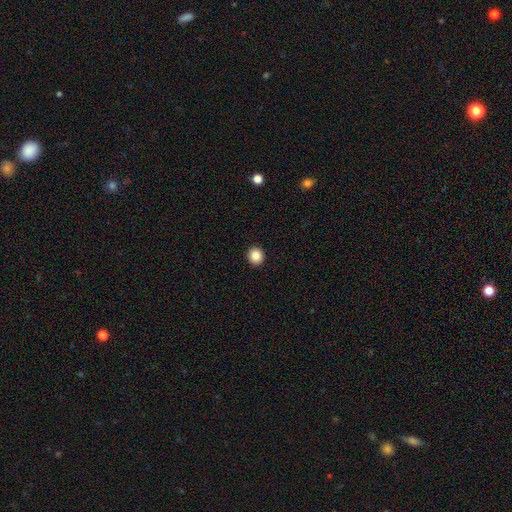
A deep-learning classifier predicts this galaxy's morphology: The model was most divided on "smooth or featured": smooth: 87%, star or artifact: 10%, featured or disk: 3%. More confident: merging — none (93%); how rounded — round (89%).